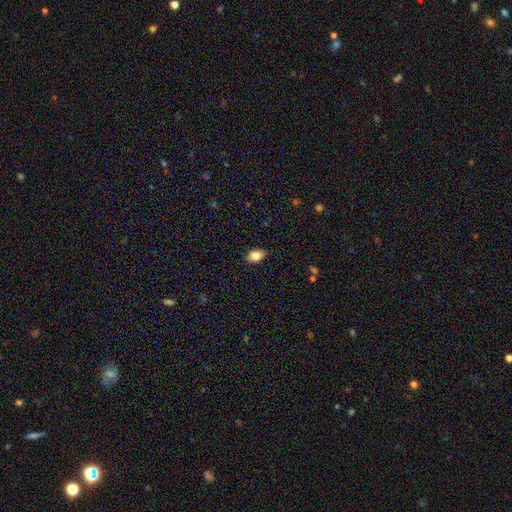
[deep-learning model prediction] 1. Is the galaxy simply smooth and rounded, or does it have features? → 84% smooth, 9% star or artifact, 7% featured or disk.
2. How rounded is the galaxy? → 81% in between, 17% round, 2% cigar-shaped.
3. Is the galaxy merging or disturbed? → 83% none, 14% minor disturbance, 2% major disturbance, 1% merger.